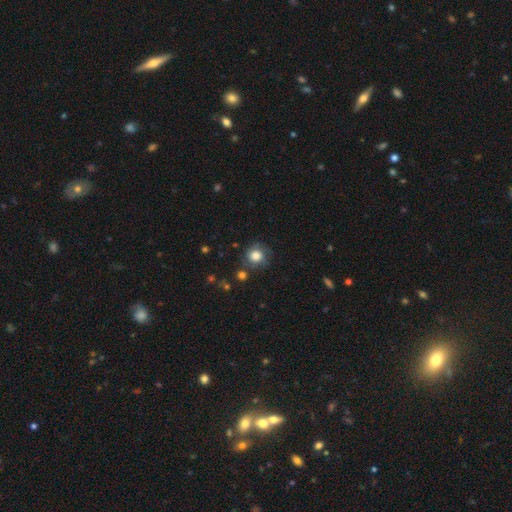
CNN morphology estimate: type=smooth (79%); roundness=round (86%); merging=none (73%).